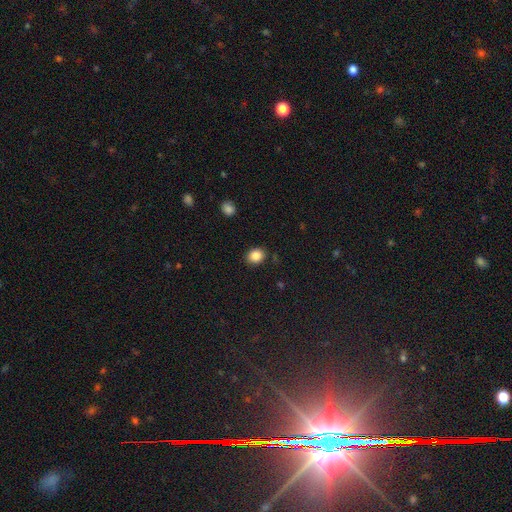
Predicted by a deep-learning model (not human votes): This is clearly a smooth galaxy (86%). How rounded: possibly round (54%). Merging: clearly none (88%).